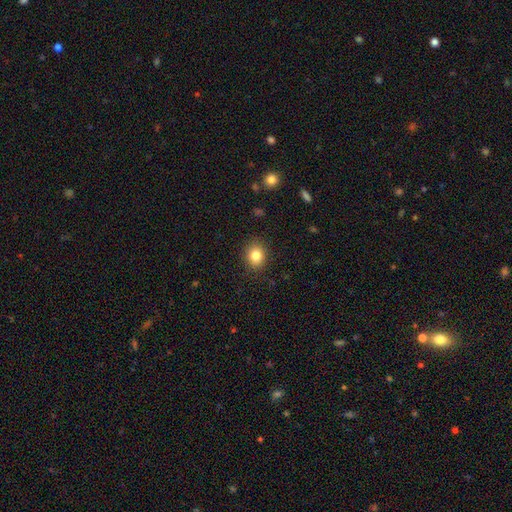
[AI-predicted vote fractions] This appears to be a smooth galaxy with no disk features (83%) that is round (63%). Merging: none (88%).